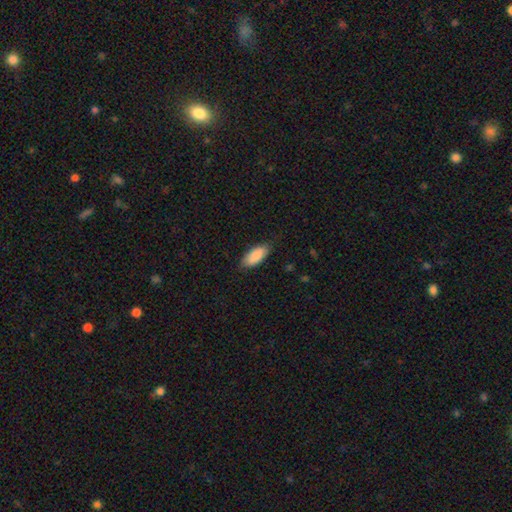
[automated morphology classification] The model was most divided on "merging": none: 78%, minor disturbance: 18%, major disturbance: 3%, merger: 1%. More confident: smooth or featured — smooth (88%); how rounded — in between (85%).